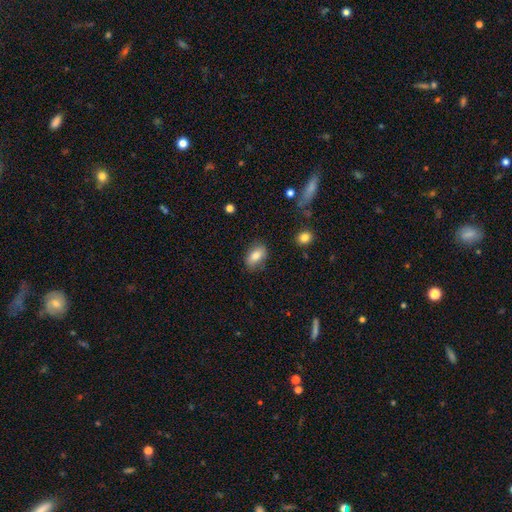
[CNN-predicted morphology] A smooth galaxy with no disk features (82%) that is in between round and cigar-shaped (89%). Merging: none (79%).